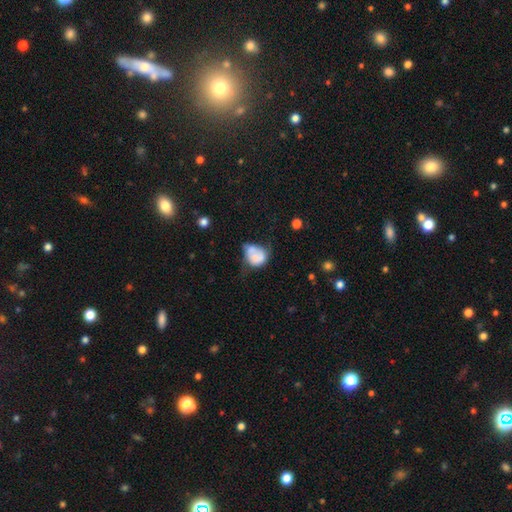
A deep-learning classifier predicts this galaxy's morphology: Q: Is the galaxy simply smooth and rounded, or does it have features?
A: smooth — 63%.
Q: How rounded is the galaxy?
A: in between — 53%.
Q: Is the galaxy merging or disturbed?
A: merger — 30%.